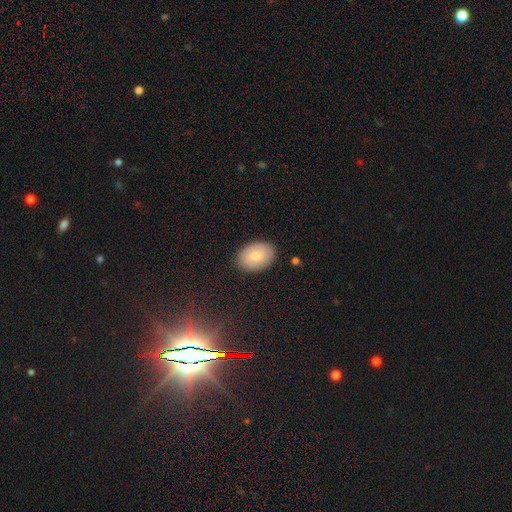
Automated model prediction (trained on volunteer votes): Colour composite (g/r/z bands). It shows a smooth galaxy with no disk features (70%) that is in between round and cigar-shaped (78%). Merging: none (87%).